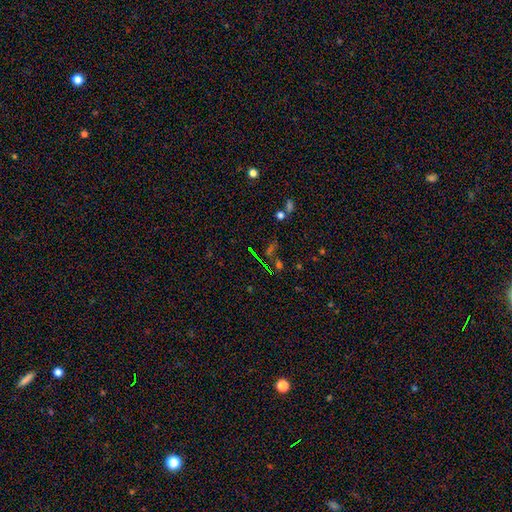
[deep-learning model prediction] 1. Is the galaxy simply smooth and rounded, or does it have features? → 65% star or artifact, 20% smooth, 15% featured or disk.